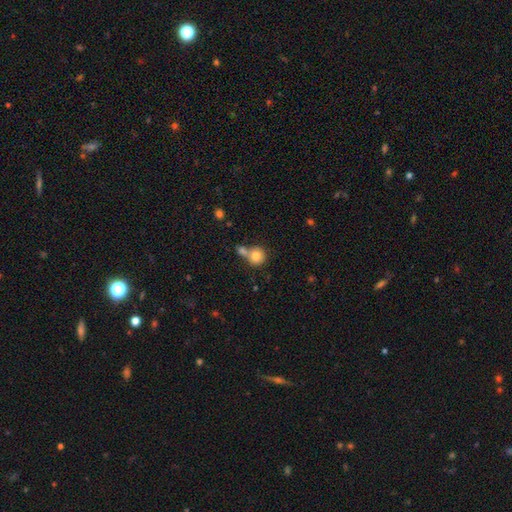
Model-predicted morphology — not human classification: The model was most divided on "merging": merger: 44%, none: 43%, minor disturbance: 9%, major disturbance: 4%. More confident: how rounded — round (86%); smooth or featured — smooth (79%).